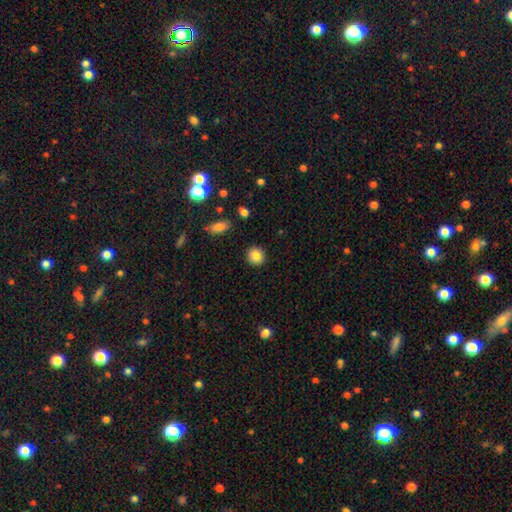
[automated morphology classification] Overall: smooth (86%). How rounded: round (86%). Merging: none (90%).